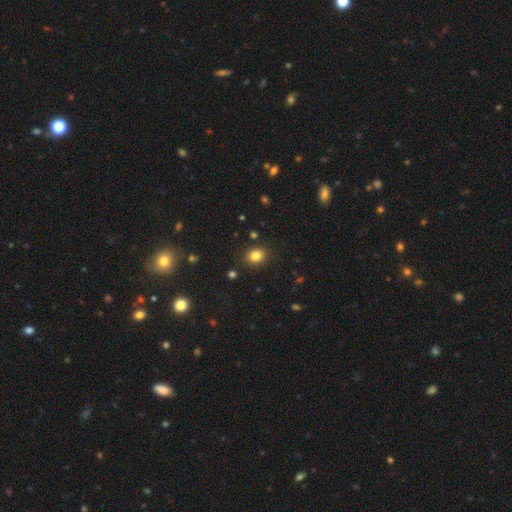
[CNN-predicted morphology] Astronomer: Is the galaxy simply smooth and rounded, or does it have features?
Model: smooth — 83%.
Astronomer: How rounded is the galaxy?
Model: round — 55% (runner-up: in between, 44%).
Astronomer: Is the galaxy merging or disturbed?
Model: none — 87%.